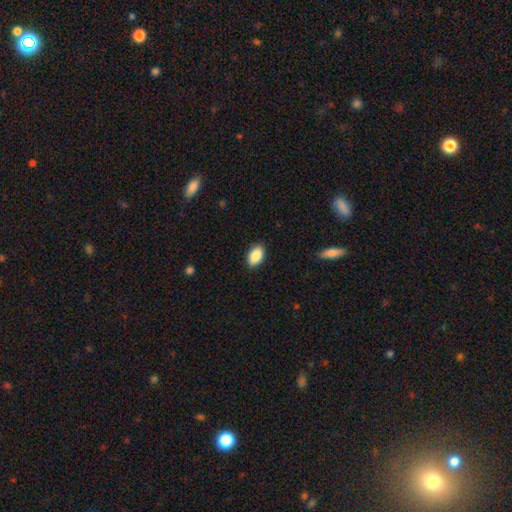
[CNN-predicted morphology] This appears to be a smooth galaxy with no disk features (88%) that is in between round and cigar-shaped (92%). Merging: none (88%).